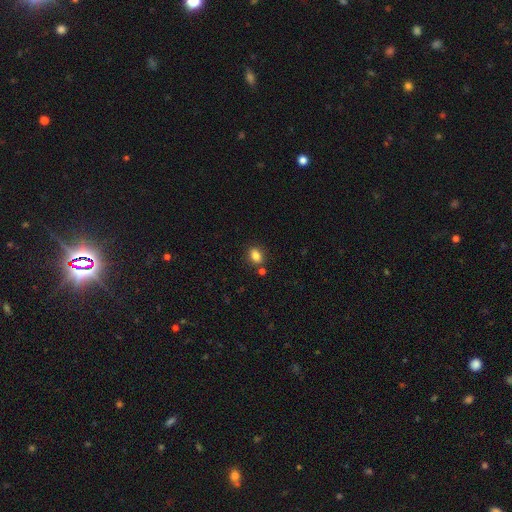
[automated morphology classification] type=smooth (84%); roundness=in between (68%); merging=none (77%).